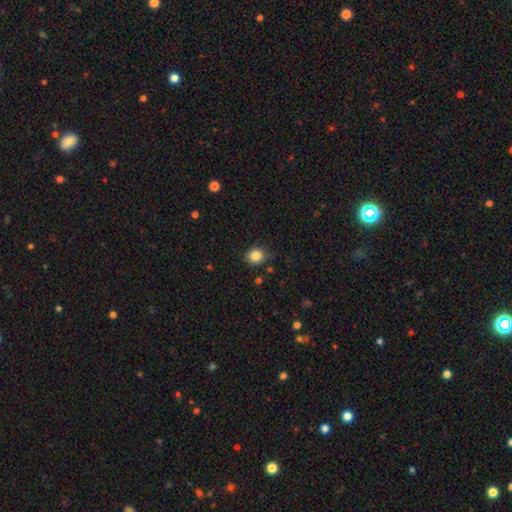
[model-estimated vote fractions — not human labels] Q: Smooth or featured?
A: smooth (84%); runner-up: star or artifact (11%)
Q: How rounded?
A: round (84%); runner-up: in between (15%)
Q: Merging?
A: none (84%); runner-up: minor disturbance (12%)